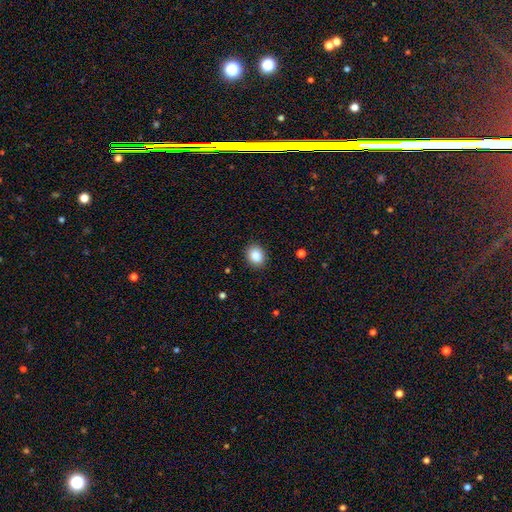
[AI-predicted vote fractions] smooth_or_featured: smooth (p=0.87) [alt: star or artifact p=0.09]
how_rounded: round (p=0.55) [alt: in between p=0.44]
merging: none (p=0.89) [alt: minor disturbance p=0.07]